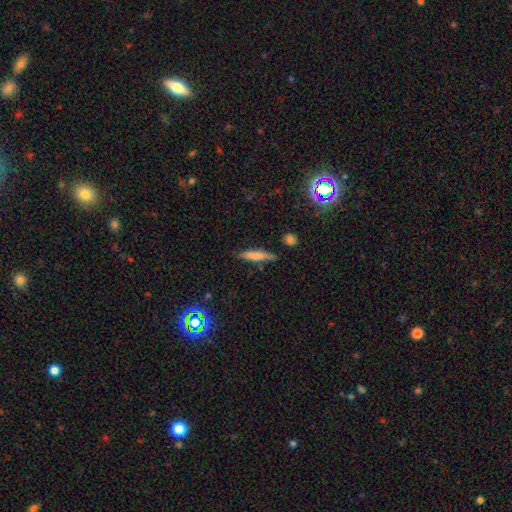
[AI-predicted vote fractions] Smooth or featured? smooth (70%)
How rounded? cigar-shaped (85%)
Merging? none (79%)